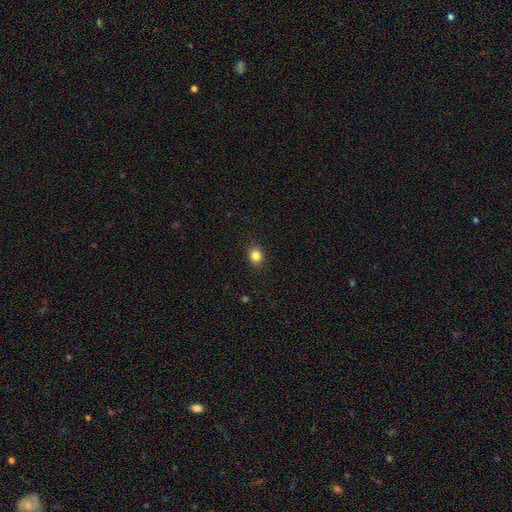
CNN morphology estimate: smooth 83%, star or artifact 11%, featured or disk 5%. Down the decision tree: how rounded — round (68%); merging — none (89%).